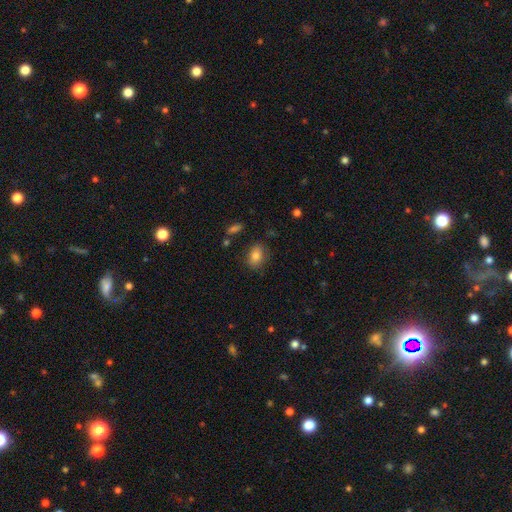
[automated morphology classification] This is likely a smooth galaxy (79%). How rounded: likely in between (72%). Merging: clearly none (81%).